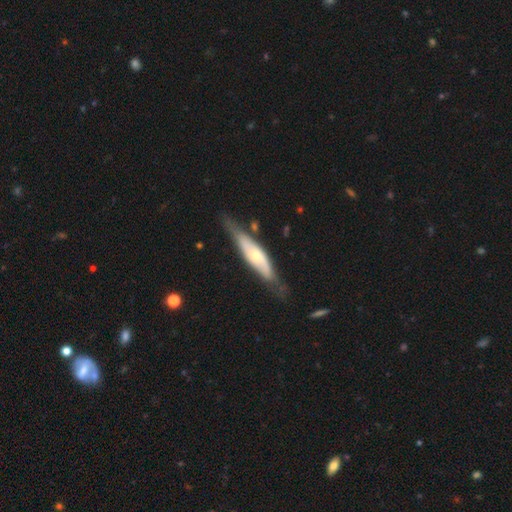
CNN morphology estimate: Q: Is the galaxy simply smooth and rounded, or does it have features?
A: featured or disk — 60%.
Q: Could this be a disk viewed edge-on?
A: yes — 53%.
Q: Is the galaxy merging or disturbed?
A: none — 63%.